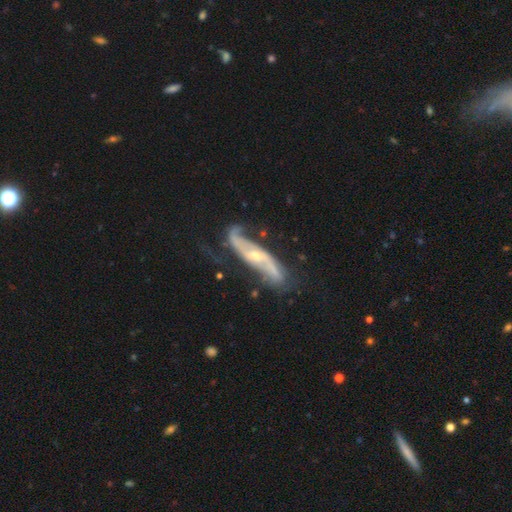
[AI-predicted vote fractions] Overall: featured or disk (87%). Edge-on disk: no (82%). Bar: no (50%; weak 29%). Spiral arms: yes (95%). Spiral arm count: 2 (87%). Spiral winding: loose (47%; medium 36%). Bulge size: small (59%; moderate 38%). Merging: none (62%; minor disturbance 23%).